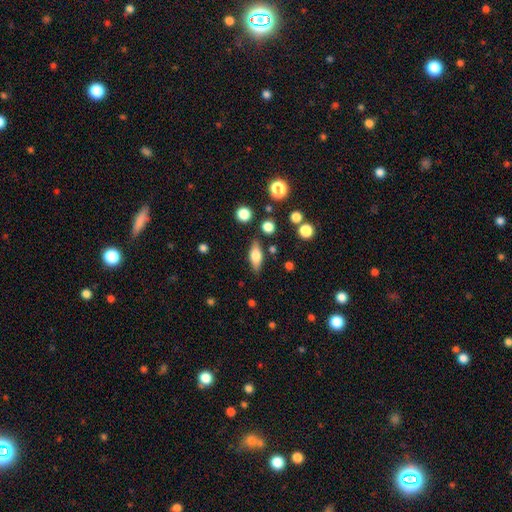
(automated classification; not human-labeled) Q: Smooth or featured?
A: smooth (64%); runner-up: featured or disk (28%)
Q: How rounded?
A: in between (73%); runner-up: cigar-shaped (22%)
Q: Merging?
A: none (81%); runner-up: minor disturbance (12%)